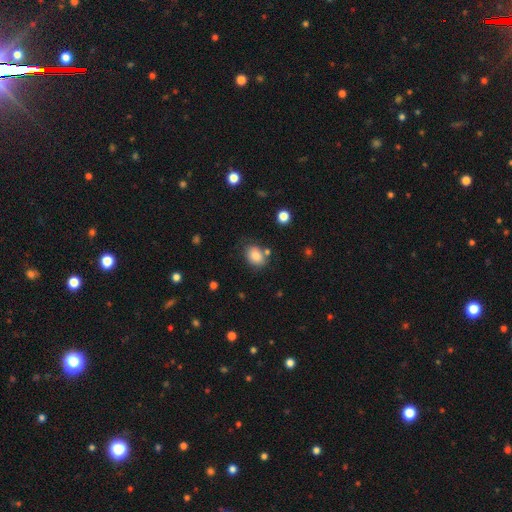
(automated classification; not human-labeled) smooth_or_featured: smooth (p=0.84) [alt: star or artifact p=0.09]
how_rounded: in between (p=0.68) [alt: round p=0.31]
merging: none (p=0.70) [alt: minor disturbance p=0.17]